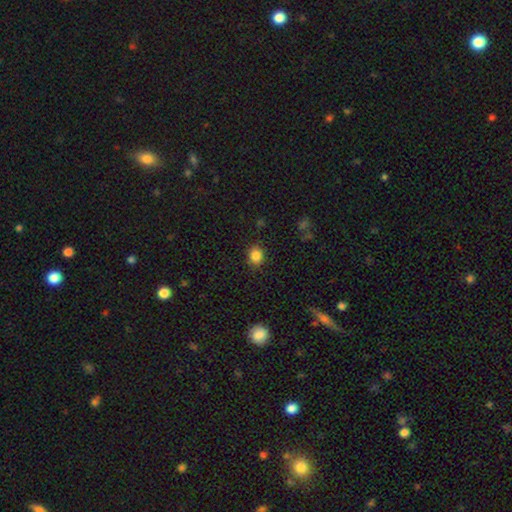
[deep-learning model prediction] This is clearly a smooth galaxy (84%). How rounded: likely round (68%). Merging: clearly none (85%).